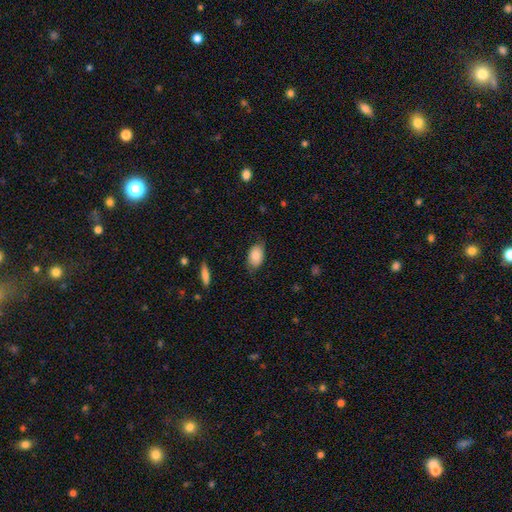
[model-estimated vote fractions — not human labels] Smooth or featured: smooth — 82% (featured or disk — 11%)
How rounded: in between — 90% (round — 8%)
Merging: none — 71% (minor disturbance — 23%)